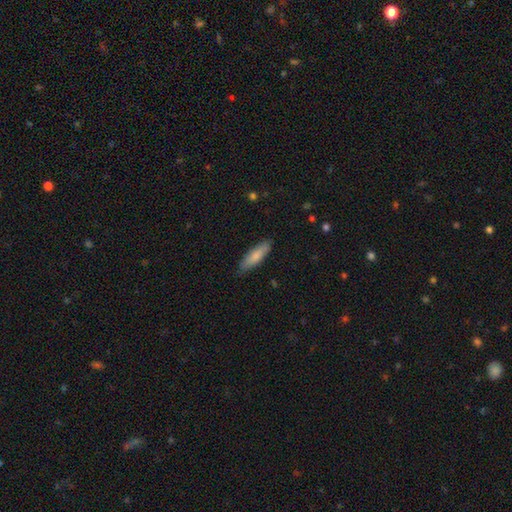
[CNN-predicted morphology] Overall: smooth (80%). How rounded: cigar-shaped (56%; in between 42%). Merging: none (83%).